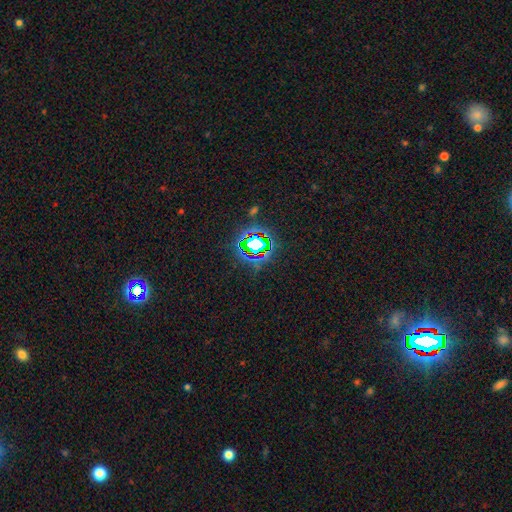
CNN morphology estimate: type=star or artifact (80%).